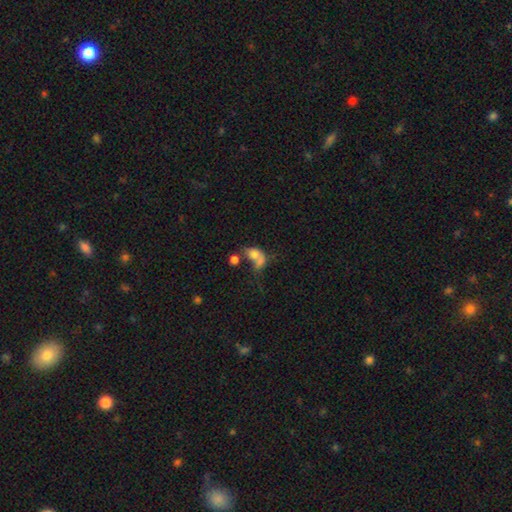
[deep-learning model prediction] The model was most divided on "merging": merger: 47%, major disturbance: 21%, none: 19%, minor disturbance: 13%. More confident: how rounded — in between (72%); smooth or featured — smooth (66%).